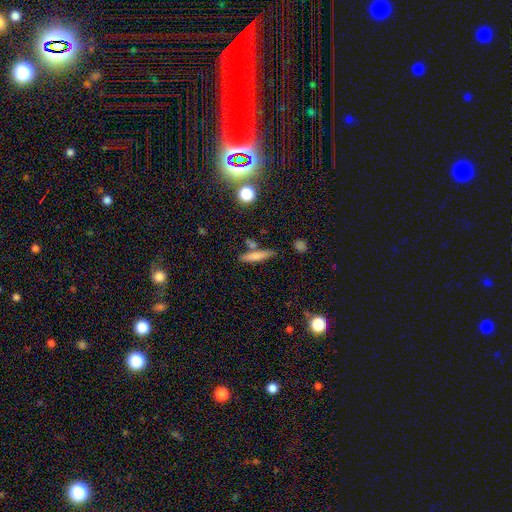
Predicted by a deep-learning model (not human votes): This appears to be a smooth galaxy with no disk features (70%) that is cigar-shaped (85%). Merging: none (69%).